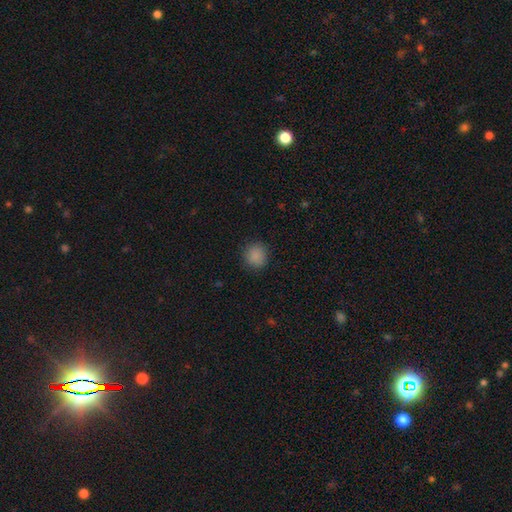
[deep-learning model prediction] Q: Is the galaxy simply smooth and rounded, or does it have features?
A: smooth — 87%.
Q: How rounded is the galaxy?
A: round — 88%.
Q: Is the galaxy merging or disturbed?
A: none — 88%.